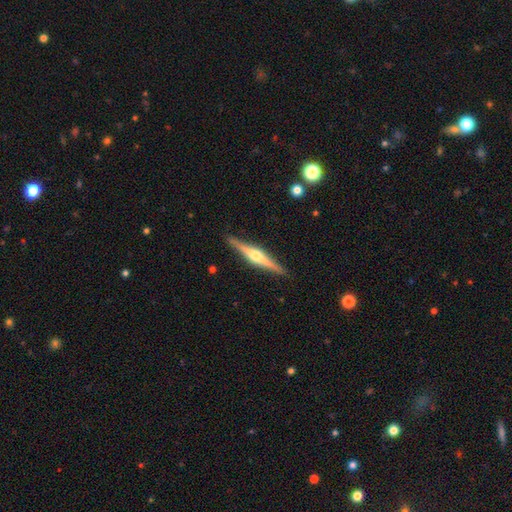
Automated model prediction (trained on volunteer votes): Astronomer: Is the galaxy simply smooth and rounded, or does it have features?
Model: featured or disk — 78%.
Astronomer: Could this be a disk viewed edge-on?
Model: yes — 98%.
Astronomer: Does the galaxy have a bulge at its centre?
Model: rounded — 93%.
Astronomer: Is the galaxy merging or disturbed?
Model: none — 91%.